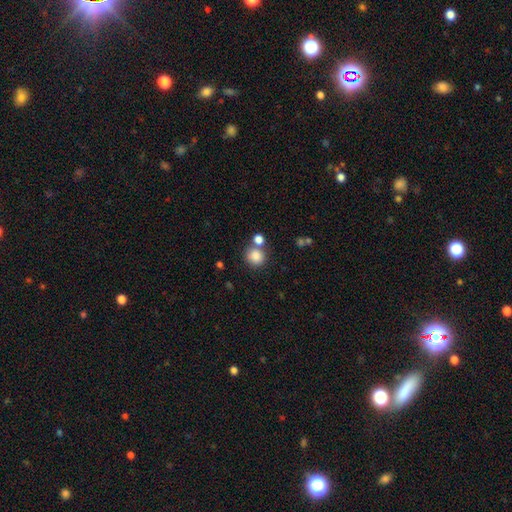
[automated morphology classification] Overall: smooth (84%). How rounded: round (84%). Merging: none (65%).